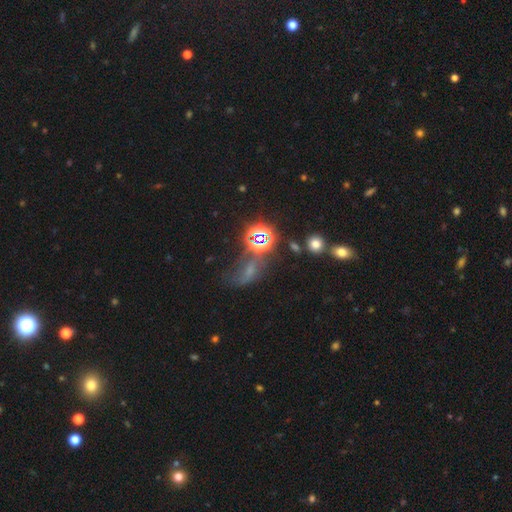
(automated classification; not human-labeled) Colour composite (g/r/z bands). It shows a star or artifact, not a galaxy (47%).